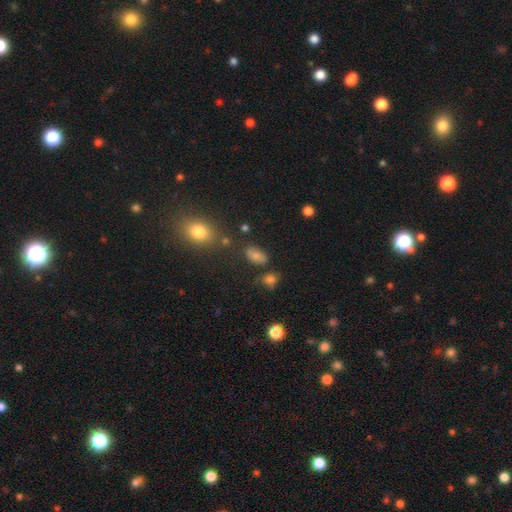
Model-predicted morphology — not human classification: A smooth galaxy with no disk features (69%) that is in between round and cigar-shaped (84%). Merging: none (69%).